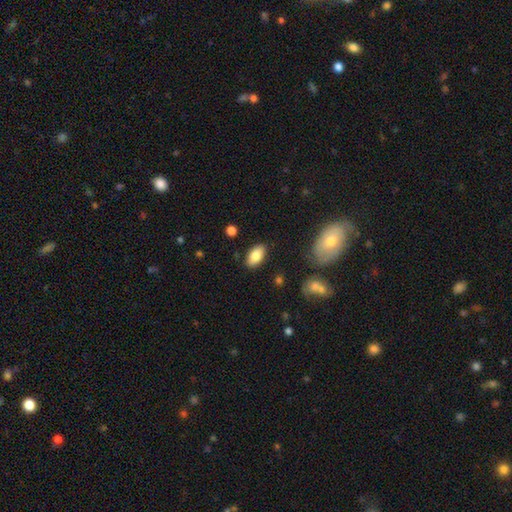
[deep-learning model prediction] smooth 83%, featured or disk 10%, star or artifact 7%. Down the decision tree: how rounded — in between (93%); merging — none (87%).